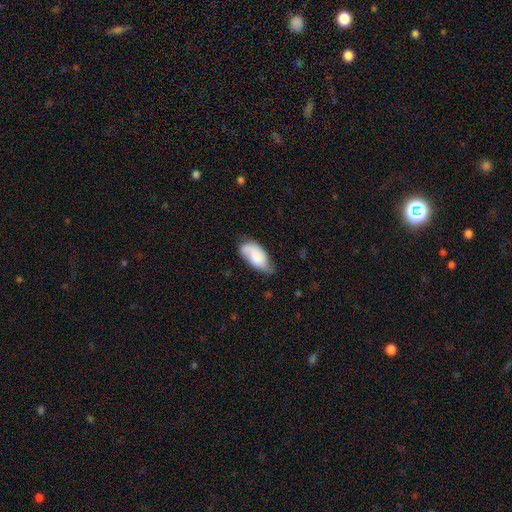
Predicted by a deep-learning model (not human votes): smooth_or_featured: smooth (p=0.61) [alt: featured or disk p=0.32]
how_rounded: in between (p=0.93) [alt: cigar-shaped p=0.03]
merging: none (p=0.42) [alt: minor disturbance p=0.39]